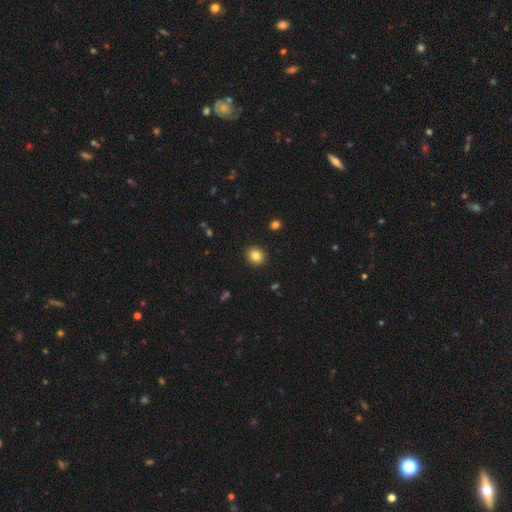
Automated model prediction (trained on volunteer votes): The model was most divided on "how rounded": round: 76%, in between: 23%, cigar-shaped: 1%. More confident: merging — none (92%); smooth or featured — smooth (84%).